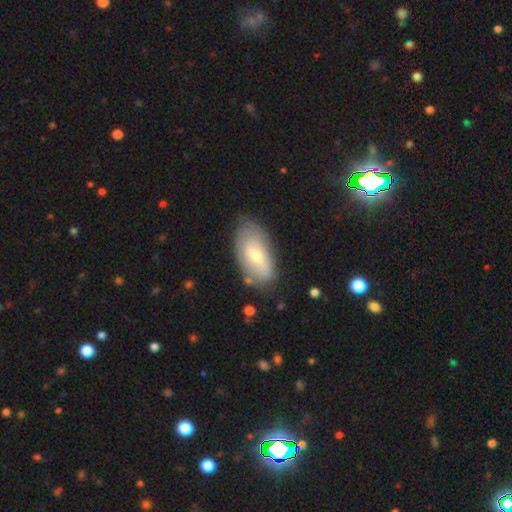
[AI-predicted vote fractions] The model was most divided on "smooth or featured": smooth: 54%, featured or disk: 39%, star or artifact: 7%. More confident: how rounded — in between (92%); merging — none (67%).